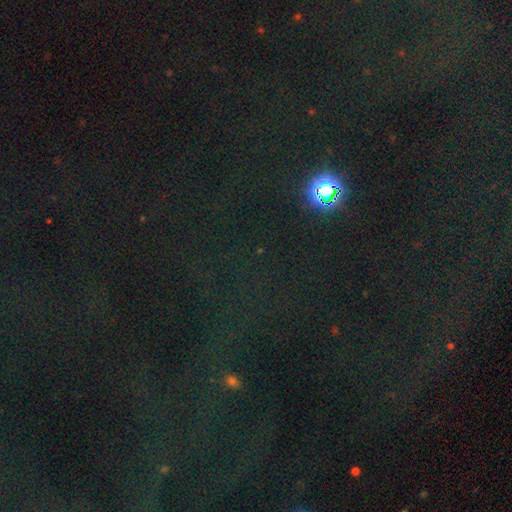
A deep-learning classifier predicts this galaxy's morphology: Smooth or featured?
  - star or artifact: 77% *
  - smooth: 15%
  - featured or disk: 7%